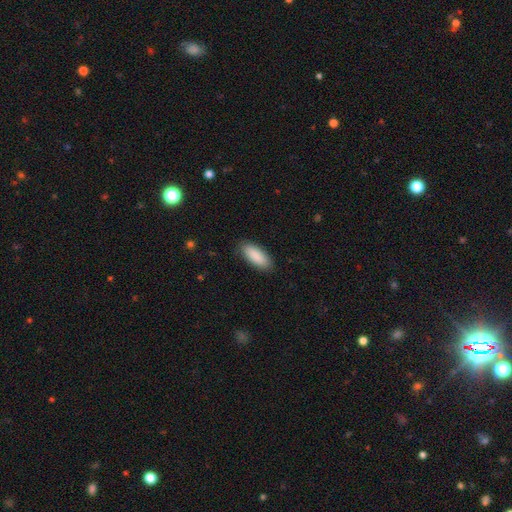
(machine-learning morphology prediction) Smooth or featured: smooth — 90% (star or artifact — 6%)
How rounded: in between — 77% (cigar-shaped — 21%)
Merging: none — 88% (minor disturbance — 9%)